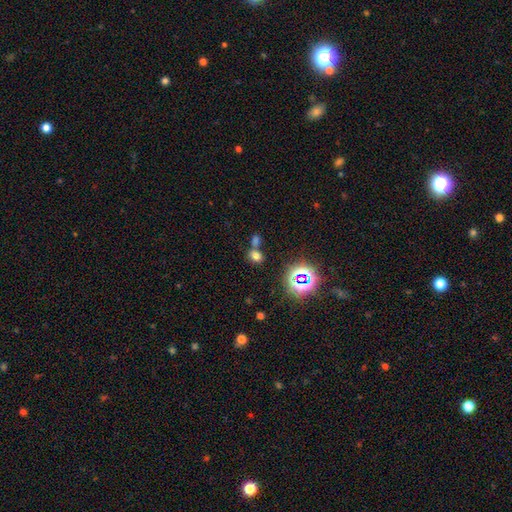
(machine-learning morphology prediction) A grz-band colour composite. It shows a smooth galaxy with no disk features (63%) that is in between round and cigar-shaped (56%). Merging: none (54%).